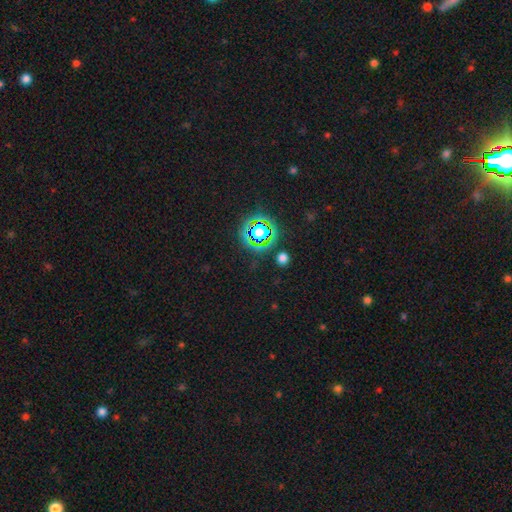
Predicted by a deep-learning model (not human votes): Smooth or featured? star or artifact (80%)